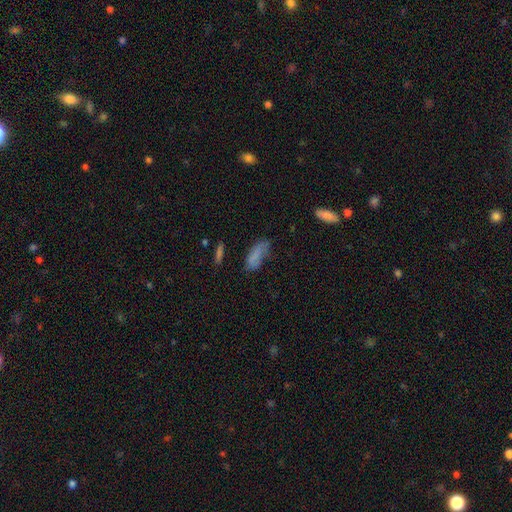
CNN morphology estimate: smooth_or_featured: smooth (p=0.75) [alt: featured or disk p=0.15]
how_rounded: in between (p=0.65) [alt: cigar-shaped p=0.32]
merging: none (p=0.56) [alt: minor disturbance p=0.28]